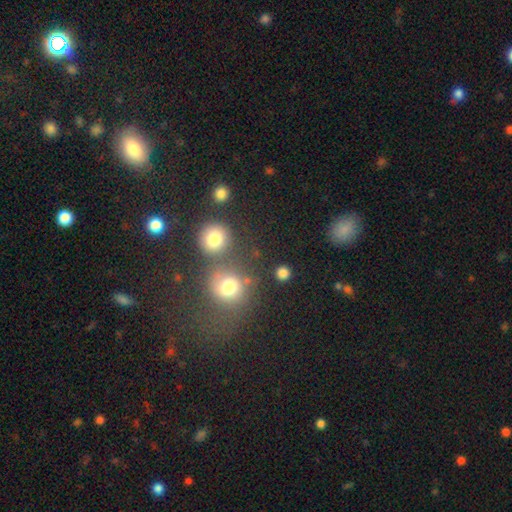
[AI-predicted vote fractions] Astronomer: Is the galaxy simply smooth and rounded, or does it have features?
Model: smooth — 61%.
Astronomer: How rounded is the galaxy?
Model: round — 78%.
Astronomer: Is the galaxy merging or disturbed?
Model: none — 47% (runner-up: merger, 34%).